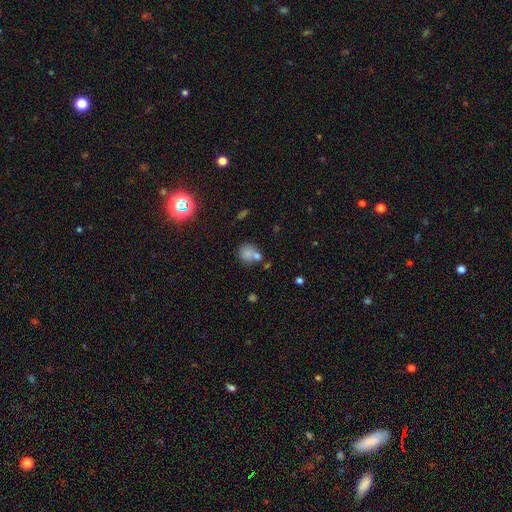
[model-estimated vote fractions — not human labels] A smooth galaxy with no disk features (75%) that is round (72%). Merging: none (48%).